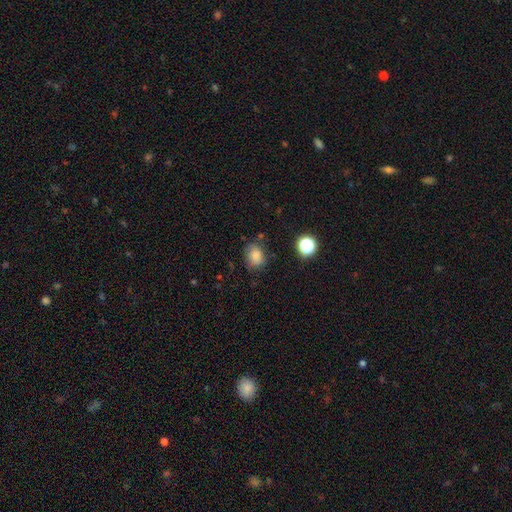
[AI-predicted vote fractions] Q: Smooth or featured?
A: smooth (81%); runner-up: star or artifact (12%)
Q: How rounded?
A: in between (54%); runner-up: round (45%)
Q: Merging?
A: none (70%); runner-up: minor disturbance (21%)